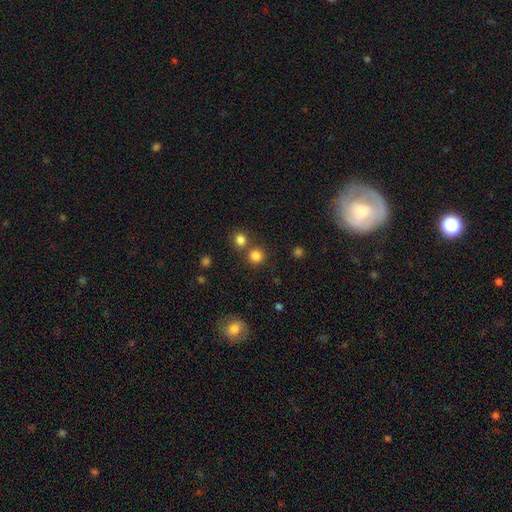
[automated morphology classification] smooth-or-featured: smooth: 81% | star or artifact: 14% | featured or disk: 5%
  how-rounded: round: 92% | in between: 7% | cigar-shaped: 1%
  merging: none: 69% | merger: 22% | minor disturbance: 6% | major disturbance: 3%